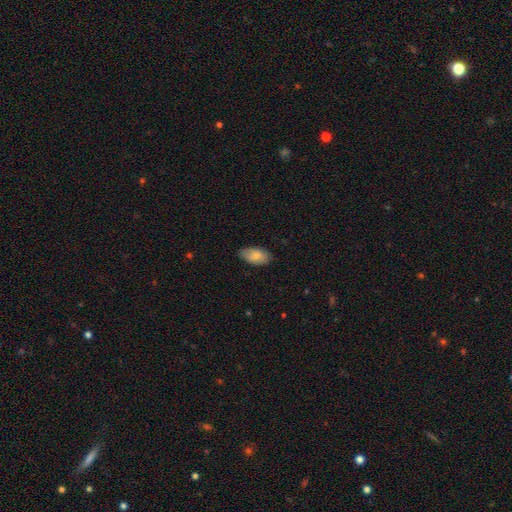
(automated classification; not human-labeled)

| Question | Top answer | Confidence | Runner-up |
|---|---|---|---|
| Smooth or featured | smooth | 80% | featured or disk (14%) |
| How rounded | in between | 94% | round (3%) |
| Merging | none | 79% | minor disturbance (17%) |